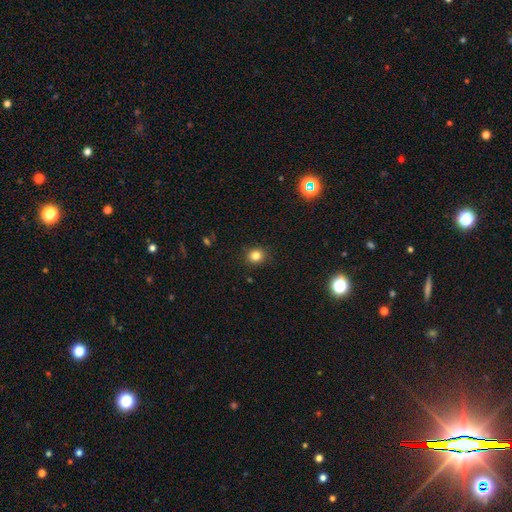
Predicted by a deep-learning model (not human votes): This appears to be a smooth galaxy with no disk features (83%) that is round (87%). Merging: none (90%).